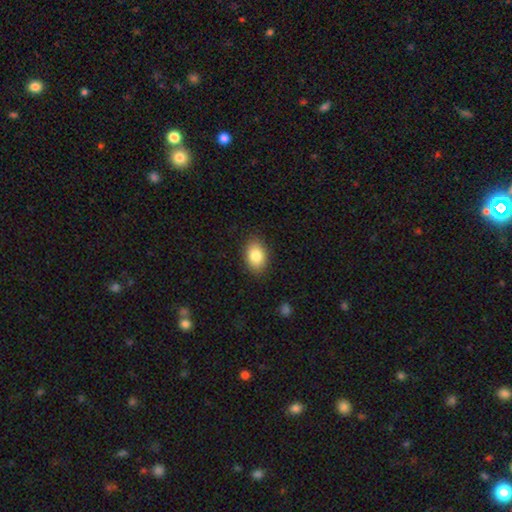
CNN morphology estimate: smooth-or-featured: smooth: 85% | featured or disk: 8% | star or artifact: 7%
  how-rounded: in between: 85% | round: 14% | cigar-shaped: 1%
  merging: none: 86% | minor disturbance: 10% | major disturbance: 3% | merger: 1%